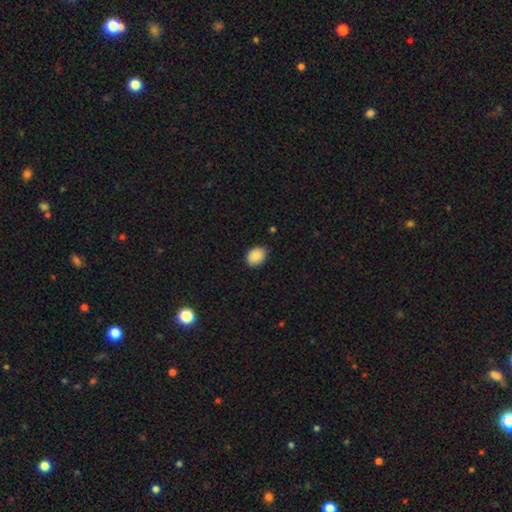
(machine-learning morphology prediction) This is clearly a smooth galaxy (88%). How rounded: likely in between (68%). Merging: clearly none (81%).